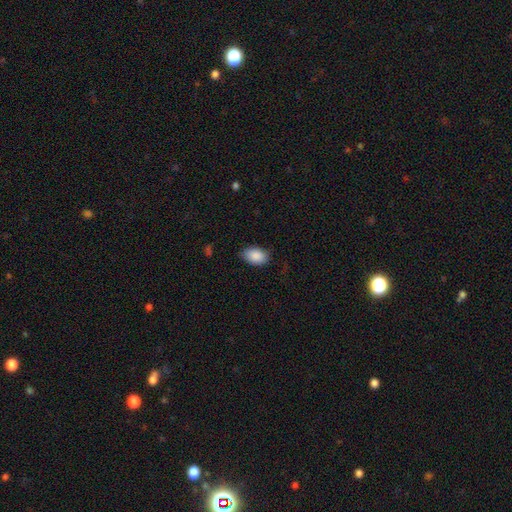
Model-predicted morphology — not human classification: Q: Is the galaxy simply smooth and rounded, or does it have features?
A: smooth — 89%.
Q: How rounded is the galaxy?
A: in between — 89%.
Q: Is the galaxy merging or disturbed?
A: none — 77%.